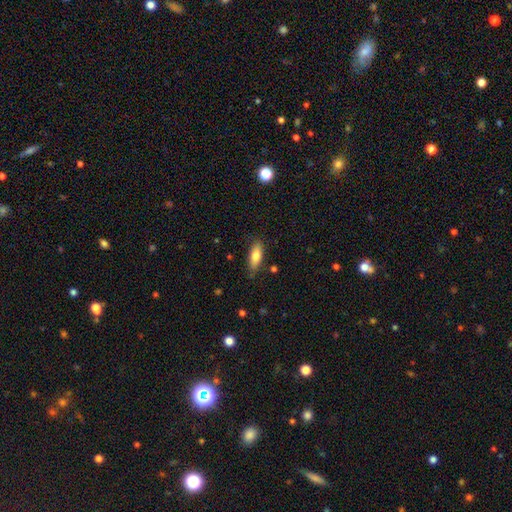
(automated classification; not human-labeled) smooth-or-featured: smooth: 77% | featured or disk: 16% | star or artifact: 7%
  how-rounded: in between: 69% | cigar-shaped: 28% | round: 2%
  merging: none: 82% | minor disturbance: 14% | major disturbance: 3% | merger: 2%